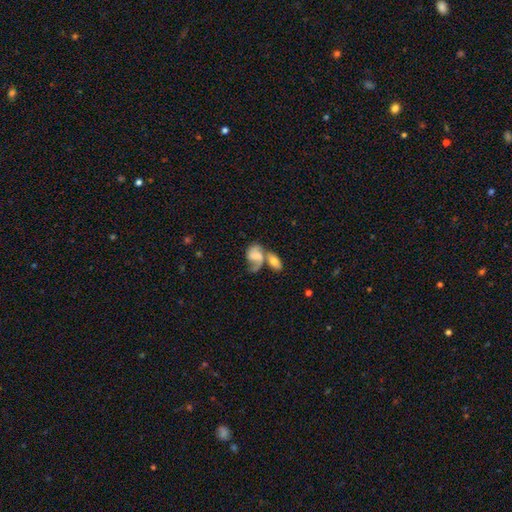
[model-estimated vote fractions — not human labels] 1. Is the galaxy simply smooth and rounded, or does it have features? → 47% featured or disk, 45% smooth, 8% star or artifact.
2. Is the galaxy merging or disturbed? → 57% merger, 18% none, 15% major disturbance, 11% minor disturbance.